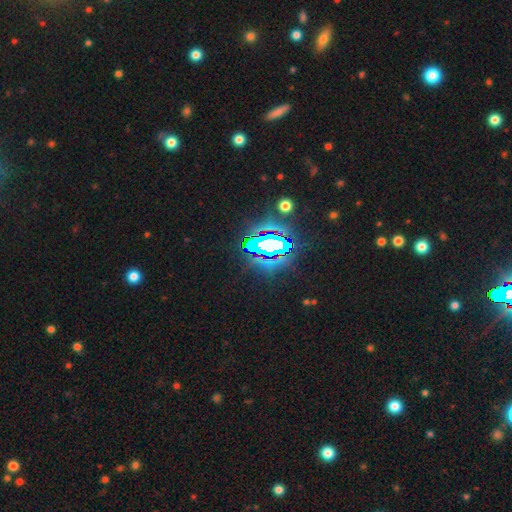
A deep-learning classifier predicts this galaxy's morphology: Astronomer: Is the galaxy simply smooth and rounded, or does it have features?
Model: star or artifact — 80%.